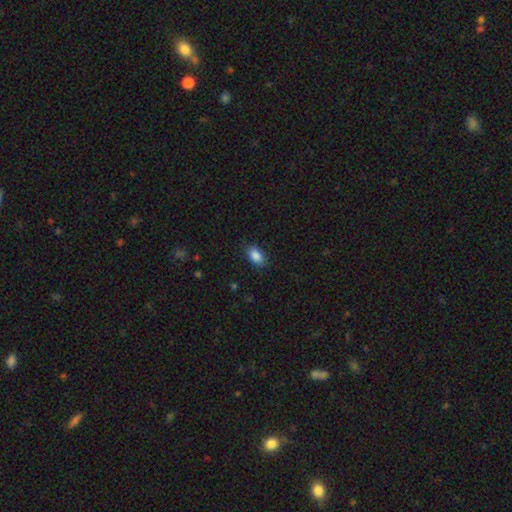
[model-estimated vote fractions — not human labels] A smooth galaxy with no disk features (88%) that is in between round and cigar-shaped (90%).

Vote fractions:
- Smooth or featured? smooth: 88% / star or artifact: 8% / featured or disk: 4%
- How rounded? in between: 90% / round: 8% / cigar-shaped: 2%
- Merging? none: 86% / minor disturbance: 10% / major disturbance: 3% / merger: 1%